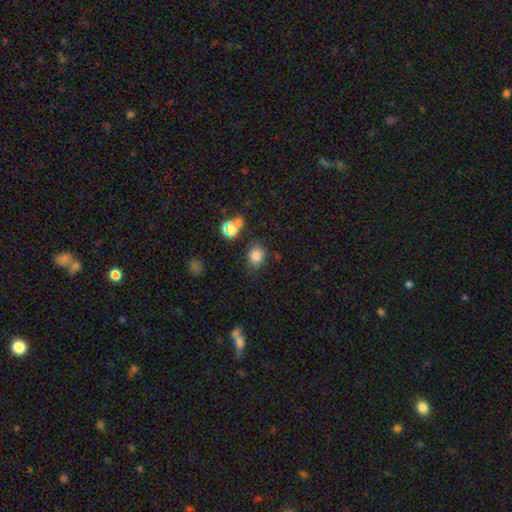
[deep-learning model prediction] smooth 79%, star or artifact 14%, featured or disk 6%. Down the decision tree: how rounded — round (57%); merging — none (80%).